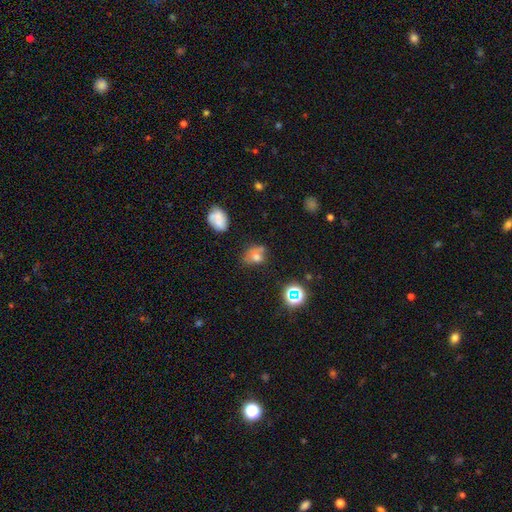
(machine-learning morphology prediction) Smooth or featured? Predicted: smooth (p=0.62). How rounded? Predicted: in between (p=0.58). Merging? Predicted: none (p=0.45).